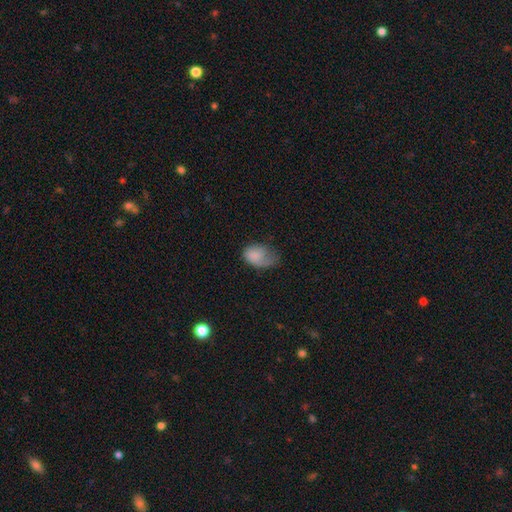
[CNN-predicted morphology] A smooth galaxy with no disk features (76%) that is in between round and cigar-shaped (80%).

Vote fractions:
- Smooth or featured? smooth: 76% / featured or disk: 17% / star or artifact: 8%
- How rounded? in between: 80% / round: 19% / cigar-shaped: 1%
- Merging? major disturbance: 38% / minor disturbance: 35% / none: 24% / merger: 2%